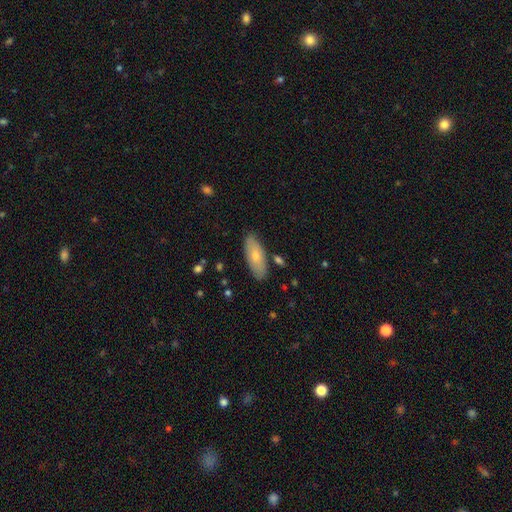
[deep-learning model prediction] Q: Smooth or featured?
A: smooth (71%); runner-up: featured or disk (23%)
Q: How rounded?
A: in between (79%); runner-up: cigar-shaped (19%)
Q: Merging?
A: none (82%); runner-up: minor disturbance (12%)